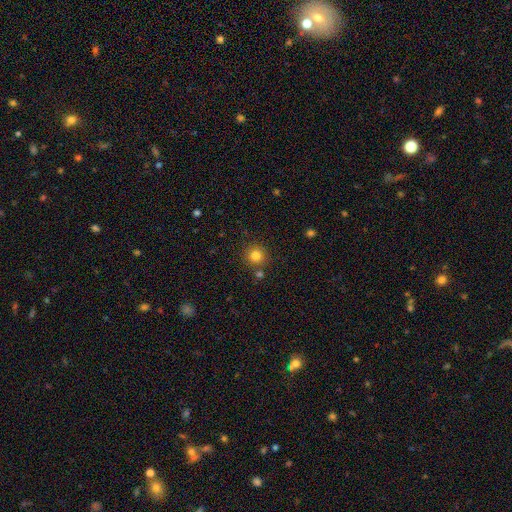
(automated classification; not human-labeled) Smooth or featured? Predicted: smooth (p=0.82). How rounded? Predicted: round (p=0.93). Merging? Predicted: none (p=0.82).